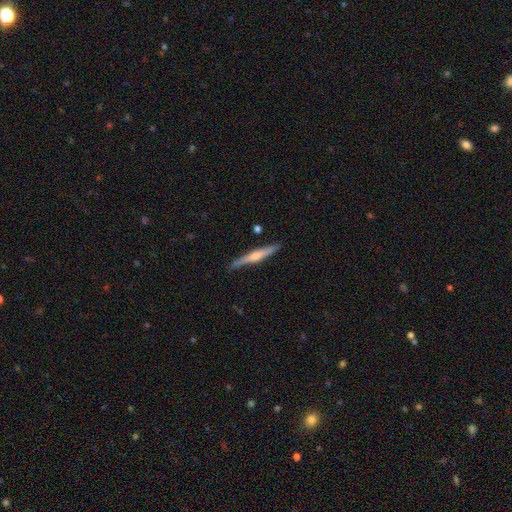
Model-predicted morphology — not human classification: featured or disk 71%, smooth 24%, star or artifact 5%. Down the decision tree: edge-on disk — yes (97%); edge-on bulge — rounded (84%); merging — none (89%).